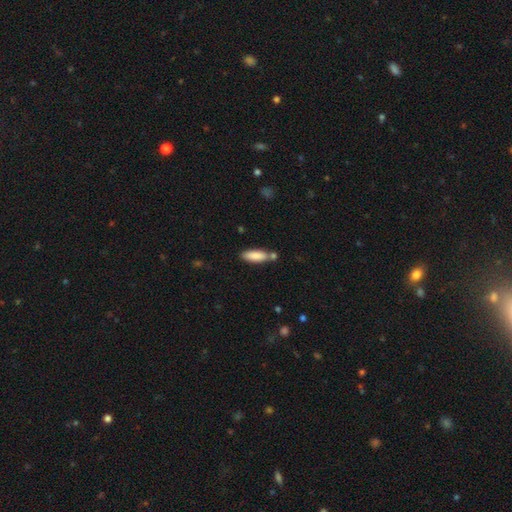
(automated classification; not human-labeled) Smooth or featured? Predicted: smooth (p=0.86). How rounded? Predicted: in between (p=0.54). Merging? Predicted: none (p=0.65).